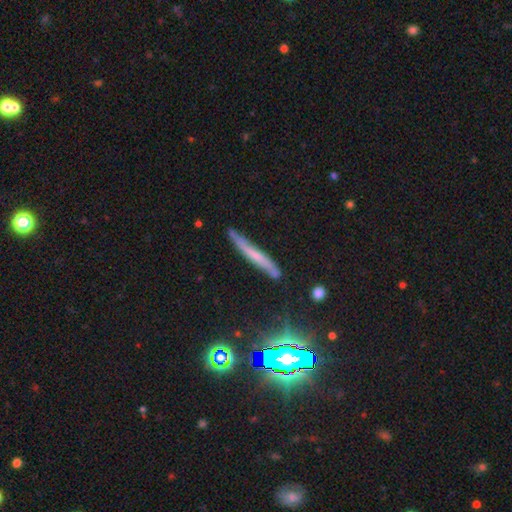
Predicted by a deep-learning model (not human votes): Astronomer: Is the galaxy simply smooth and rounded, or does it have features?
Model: smooth — 43% (runner-up: featured or disk, 41%).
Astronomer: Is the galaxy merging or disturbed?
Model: none — 76%.